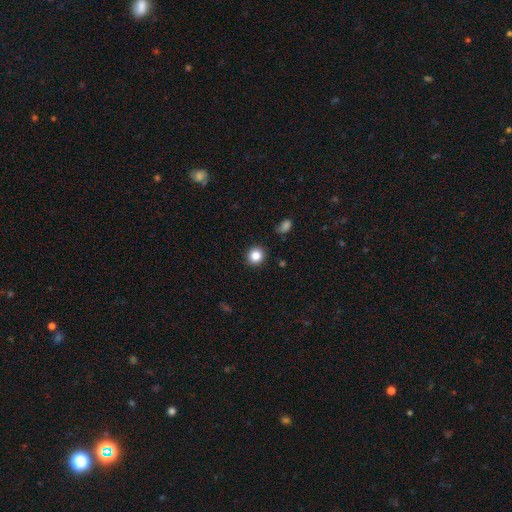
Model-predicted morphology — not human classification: smooth_or_featured: smooth (p=0.84) [alt: star or artifact p=0.11]
how_rounded: round (p=0.90) [alt: in between p=0.09]
merging: none (p=0.91) [alt: minor disturbance p=0.06]